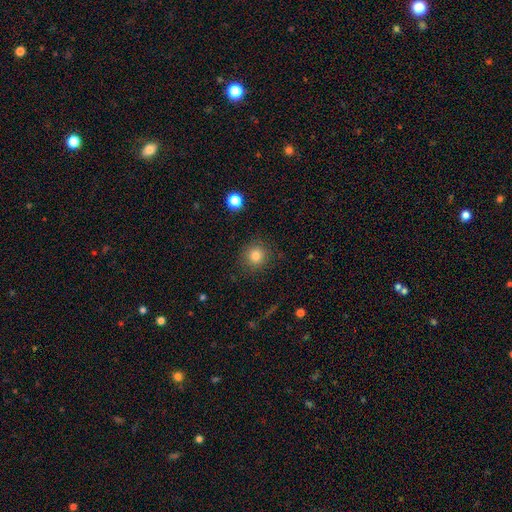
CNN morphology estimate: Smooth or featured? smooth (82%)
How rounded? round (93%)
Merging? none (88%)